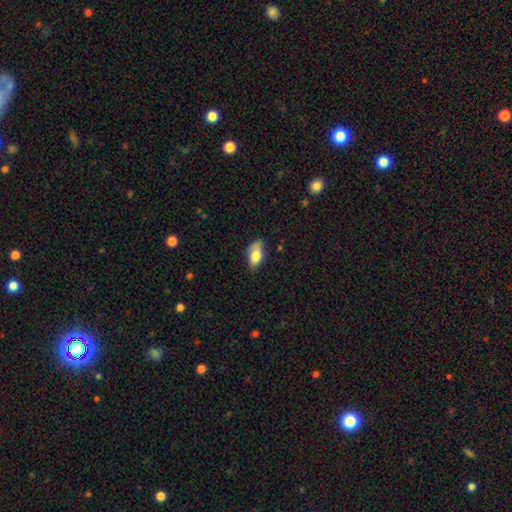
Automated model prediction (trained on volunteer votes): This is likely a smooth galaxy (75%). How rounded: clearly in between (88%). Merging: possibly none (50%).